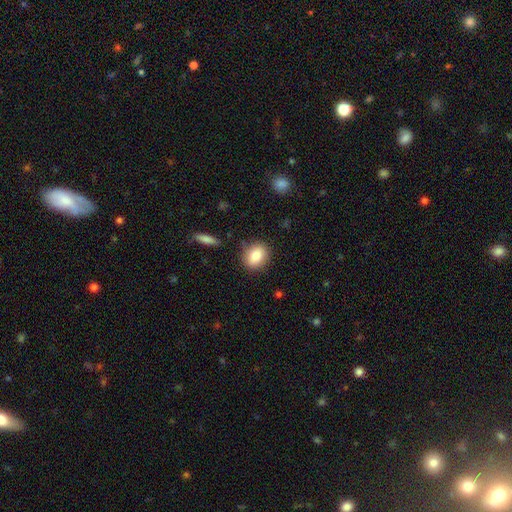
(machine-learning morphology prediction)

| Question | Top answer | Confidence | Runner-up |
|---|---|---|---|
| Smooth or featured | smooth | 84% | featured or disk (8%) |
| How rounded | in between | 50% | round (49%) |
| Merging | none | 84% | minor disturbance (11%) |